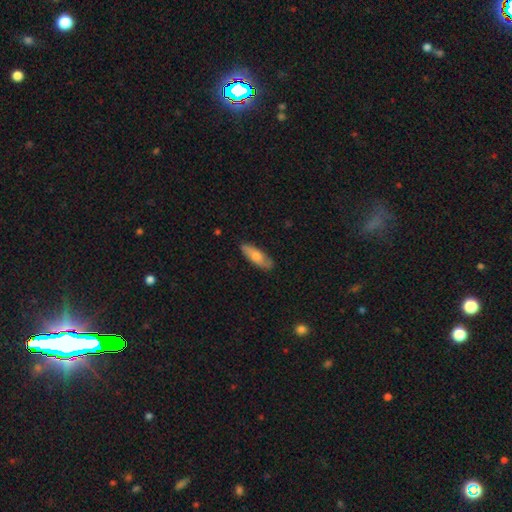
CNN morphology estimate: This is likely a smooth galaxy (65%). How rounded: possibly in between (57%). Merging: clearly none (85%).